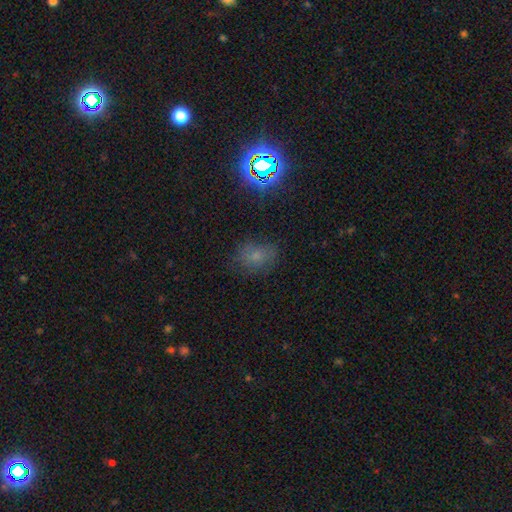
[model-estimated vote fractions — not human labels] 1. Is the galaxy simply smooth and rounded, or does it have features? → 56% smooth, 30% star or artifact, 13% featured or disk.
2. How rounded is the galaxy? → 54% in between, 45% round, 1% cigar-shaped.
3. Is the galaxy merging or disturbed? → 69% none, 20% minor disturbance, 9% major disturbance, 2% merger.